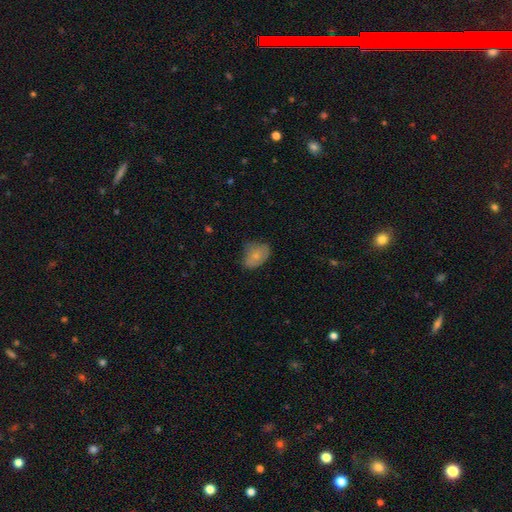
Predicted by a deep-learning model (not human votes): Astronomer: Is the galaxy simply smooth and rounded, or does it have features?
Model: smooth — 70%.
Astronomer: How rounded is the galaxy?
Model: in between — 76%.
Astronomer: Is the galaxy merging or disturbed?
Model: none — 52% (runner-up: minor disturbance, 36%).